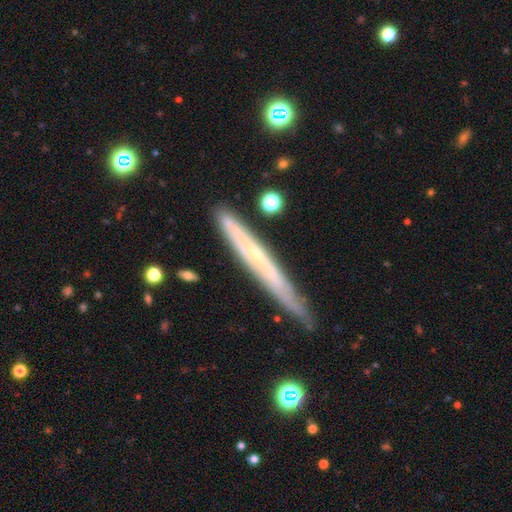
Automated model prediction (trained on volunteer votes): The model was most divided on "edge-on bulge": none: 61%, rounded: 35%, boxy: 3%. More confident: edge-on disk — yes (89%); merging — none (76%); smooth or featured — featured or disk (63%).